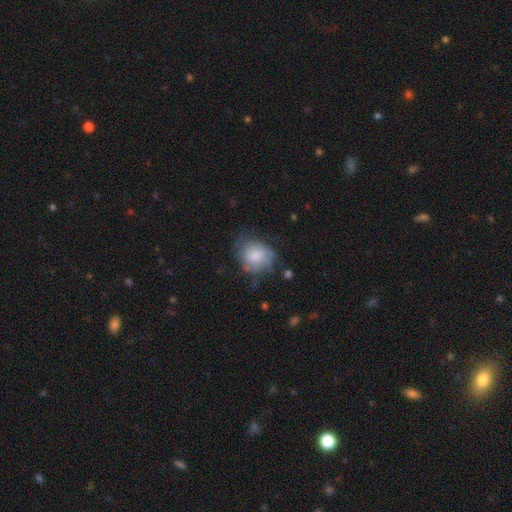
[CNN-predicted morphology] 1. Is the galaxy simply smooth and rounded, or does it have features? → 62% smooth, 30% featured or disk, 8% star or artifact.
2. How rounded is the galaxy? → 56% round, 43% in between, 1% cigar-shaped.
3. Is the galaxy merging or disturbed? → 46% none, 31% minor disturbance, 20% major disturbance, 3% merger.